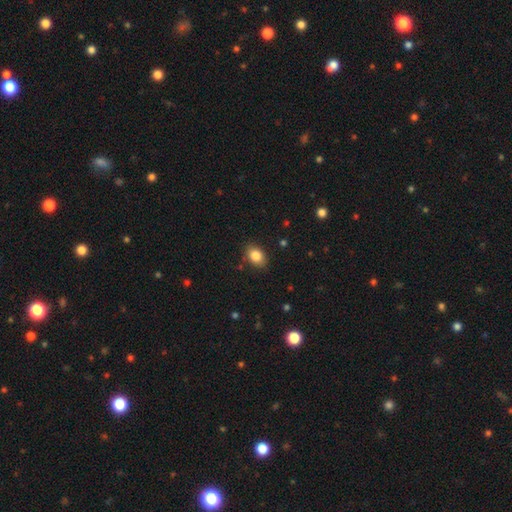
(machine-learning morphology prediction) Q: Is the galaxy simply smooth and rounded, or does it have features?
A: smooth — 85%.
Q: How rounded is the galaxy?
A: in between — 78%.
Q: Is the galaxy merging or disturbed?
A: none — 84%.